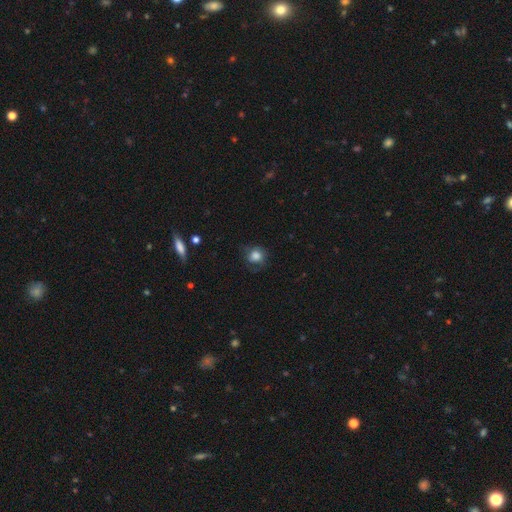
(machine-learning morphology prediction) The model was most divided on "merging": none: 60%, minor disturbance: 23%, major disturbance: 16%, merger: 1%. More confident: how rounded — round (80%); smooth or featured — smooth (74%).